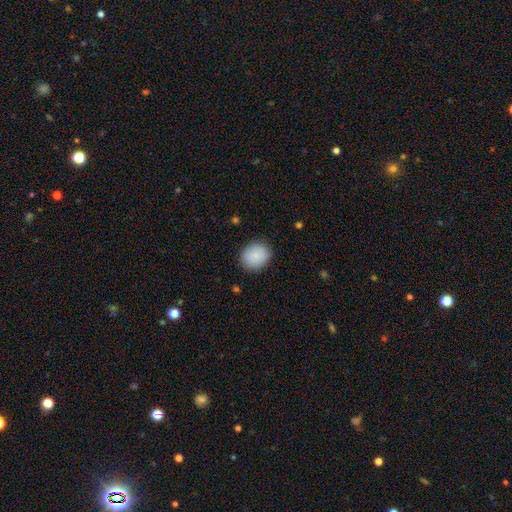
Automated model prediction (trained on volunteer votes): Smooth or featured?
  - smooth: 87% *
  - star or artifact: 7%
  - featured or disk: 6%
How rounded?
  - round: 66% *
  - in between: 33%
  - cigar-shaped: 1%
Merging?
  - none: 86% *
  - minor disturbance: 11%
  - major disturbance: 3%
  - merger: 1%